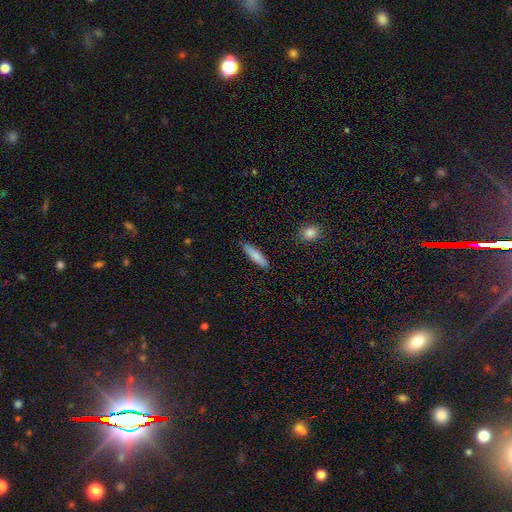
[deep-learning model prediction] smooth_or_featured: smooth (p=0.81) [alt: featured or disk p=0.13]
how_rounded: cigar-shaped (p=0.74) [alt: in between p=0.24]
merging: none (p=0.88) [alt: minor disturbance p=0.08]